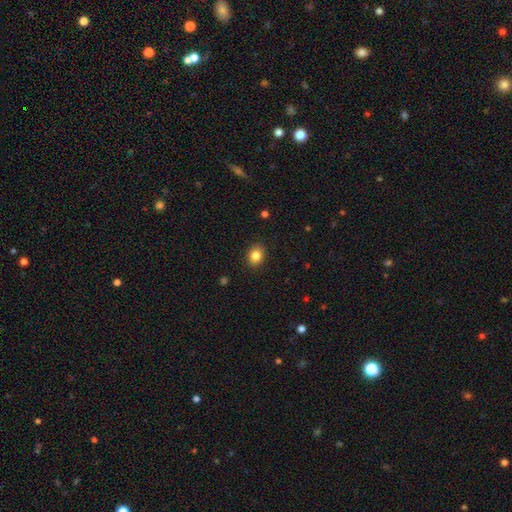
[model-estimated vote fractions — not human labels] This is clearly a smooth galaxy (85%). How rounded: possibly in between (50%). Merging: clearly none (89%).